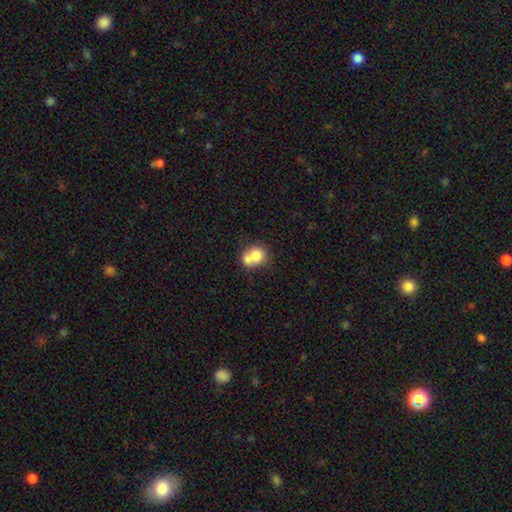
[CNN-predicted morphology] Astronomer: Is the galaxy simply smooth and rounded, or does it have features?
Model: smooth — 73%.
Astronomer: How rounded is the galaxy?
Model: round — 73%.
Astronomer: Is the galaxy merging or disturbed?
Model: merger — 60%.